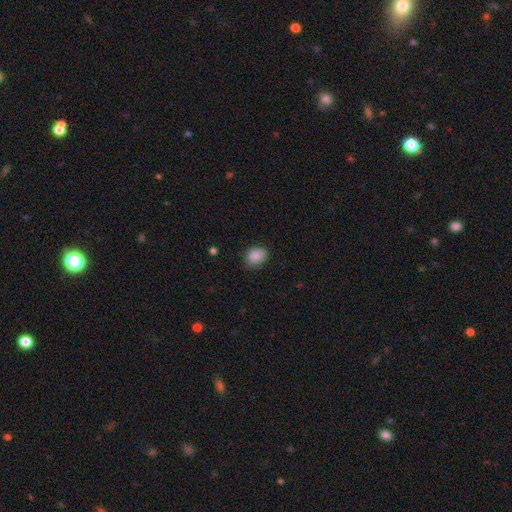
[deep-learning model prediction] This is clearly a smooth galaxy (87%). How rounded: possibly in between (50%). Merging: likely none (78%).